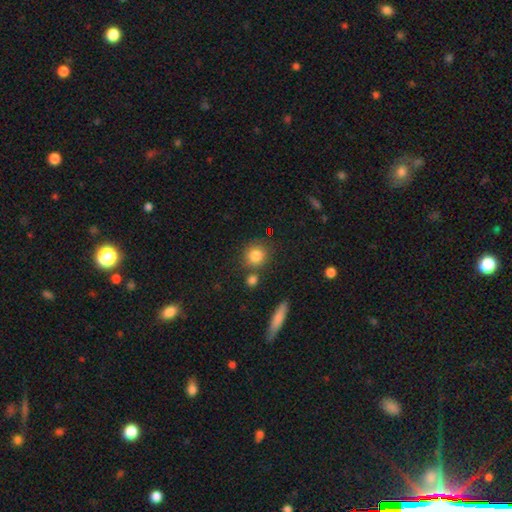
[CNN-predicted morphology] Smooth or featured: smooth — 82% (star or artifact — 11%)
How rounded: round — 85% (in between — 13%)
Merging: none — 73% (merger — 12%)